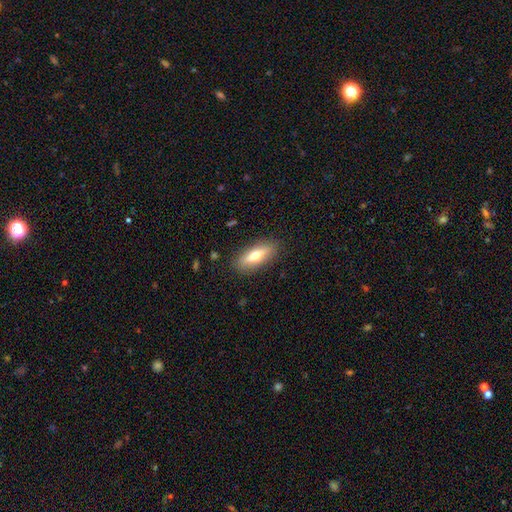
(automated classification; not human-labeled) The model was most divided on "how rounded": in between: 60%, cigar-shaped: 37%, round: 3%. More confident: merging — none (87%); smooth or featured — smooth (64%).